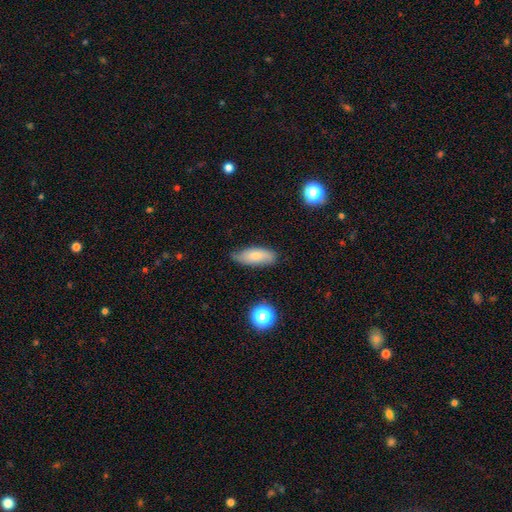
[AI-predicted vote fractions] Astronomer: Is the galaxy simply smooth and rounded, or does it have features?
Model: smooth — 71%.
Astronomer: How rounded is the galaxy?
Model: in between — 79%.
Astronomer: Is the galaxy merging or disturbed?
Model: none — 65%.